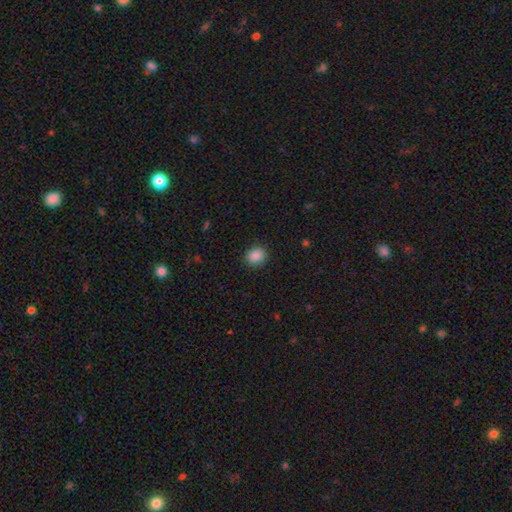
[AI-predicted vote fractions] Smooth or featured? smooth (87%)
How rounded? round (70%)
Merging? none (89%)